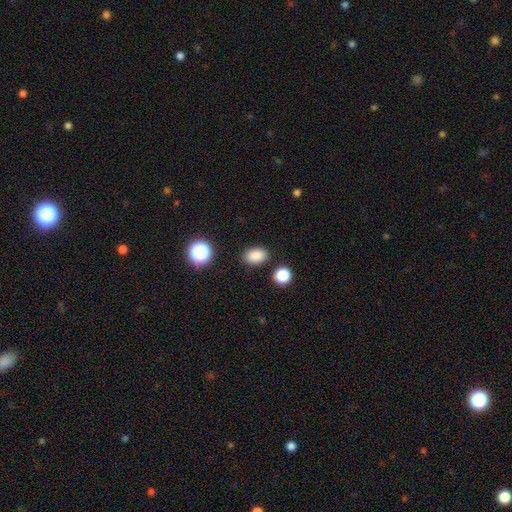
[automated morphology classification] Q: Smooth or featured?
A: smooth (85%); runner-up: star or artifact (11%)
Q: How rounded?
A: in between (81%); runner-up: round (17%)
Q: Merging?
A: none (86%); runner-up: minor disturbance (9%)